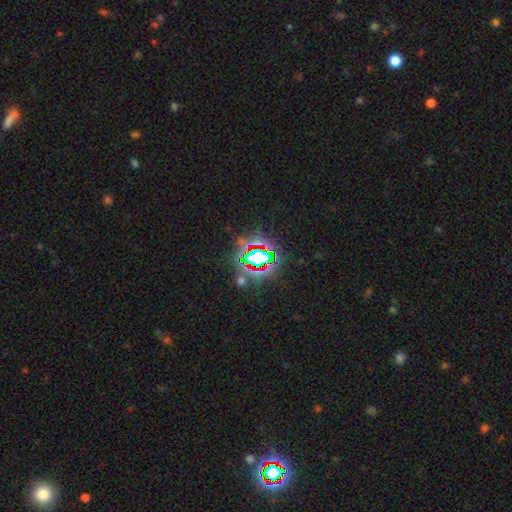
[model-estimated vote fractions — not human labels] star or artifact 74%, smooth 15%, featured or disk 11%.